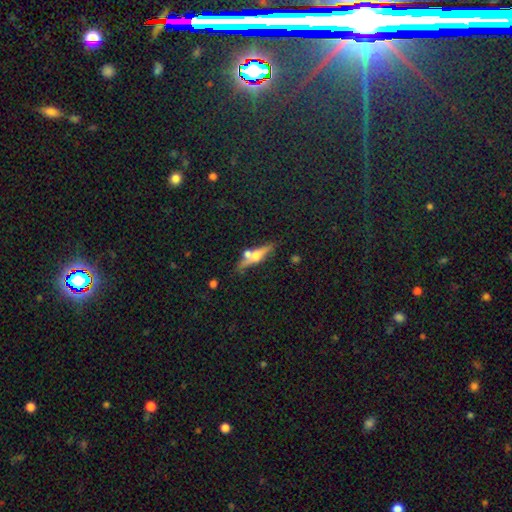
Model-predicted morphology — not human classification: A featured or disk galaxy (59%) viewed edge-on (91%) with a rounded central bulge (91%).

Vote fractions:
- Smooth or featured? featured or disk: 59% / smooth: 33% / star or artifact: 8%
- Edge-on disk? yes: 91% / no: 9%
- Edge-on bulge? rounded: 91% / boxy: 5% / none: 4%
- Merging? none: 64% / merger: 17% / minor disturbance: 14% / major disturbance: 5%